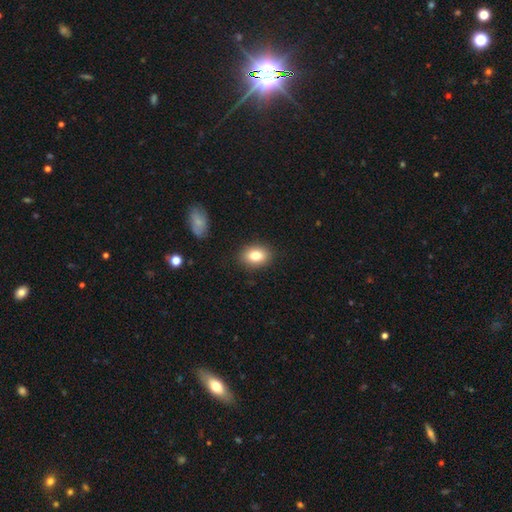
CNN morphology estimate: Overall: smooth (81%). How rounded: in between (72%). Merging: none (88%).